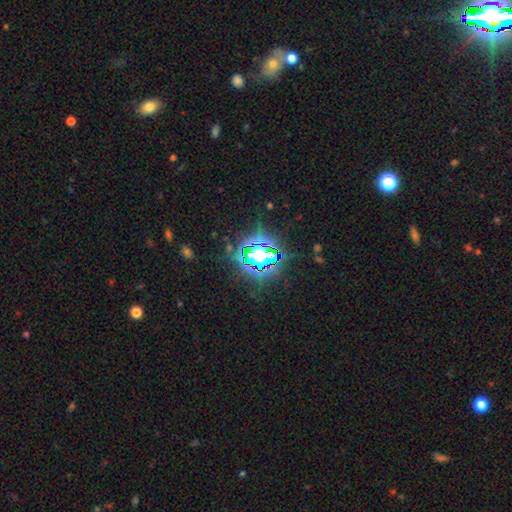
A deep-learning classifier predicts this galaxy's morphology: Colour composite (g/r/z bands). It shows a star or artifact, not a galaxy (80%).